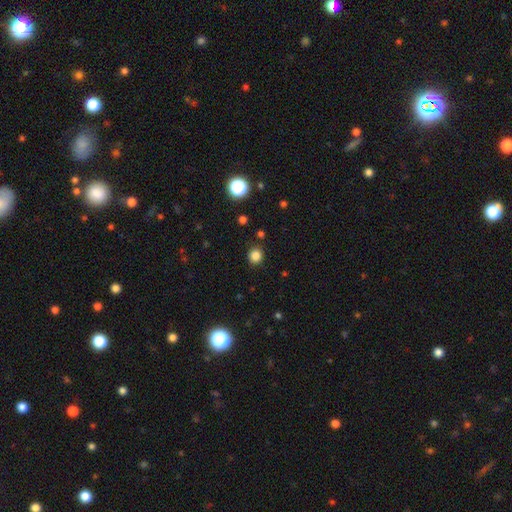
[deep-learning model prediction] smooth-or-featured: smooth: 83% | star or artifact: 13% | featured or disk: 4%
  how-rounded: round: 85% | in between: 14% | cigar-shaped: 1%
  merging: none: 89% | minor disturbance: 7% | major disturbance: 2% | merger: 2%